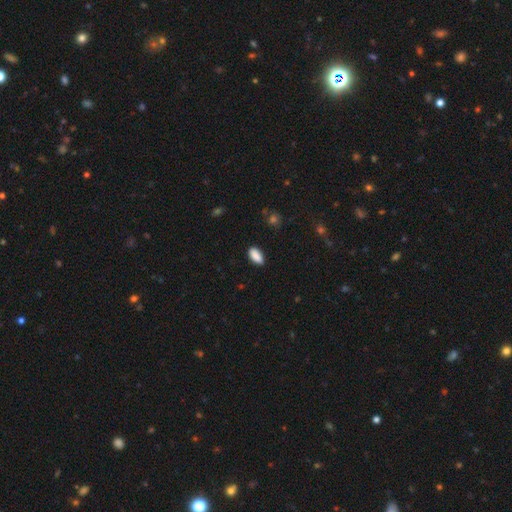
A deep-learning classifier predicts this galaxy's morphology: The model was most divided on "merging": none: 85%, minor disturbance: 12%, major disturbance: 2%, merger: 1%. More confident: smooth or featured — smooth (89%); how rounded — in between (89%).